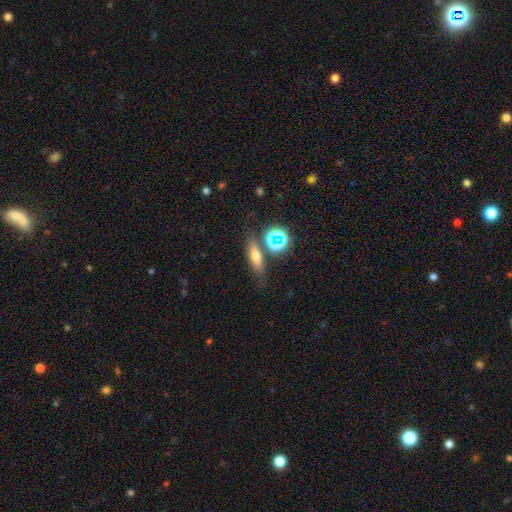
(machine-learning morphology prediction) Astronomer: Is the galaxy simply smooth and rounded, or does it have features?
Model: smooth — 60%.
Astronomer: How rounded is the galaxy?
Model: cigar-shaped — 50% (runner-up: in between, 38%).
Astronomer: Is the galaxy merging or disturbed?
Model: none — 70%.